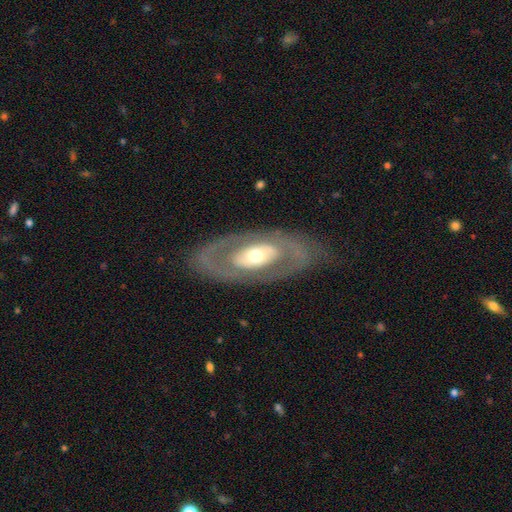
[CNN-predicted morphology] The model was most divided on "smooth or featured": featured or disk: 70%, smooth: 25%, star or artifact: 5%. More confident: edge-on disk — no (89%); bar — no (78%); merging — none (77%); spiral arms — no (73%); bulge size — moderate (64%).